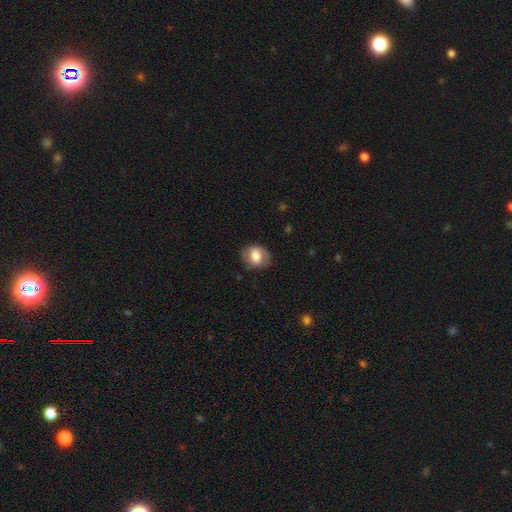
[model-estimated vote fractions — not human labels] This is likely a smooth galaxy (68%). How rounded: possibly in between (57%). Merging: likely none (74%).